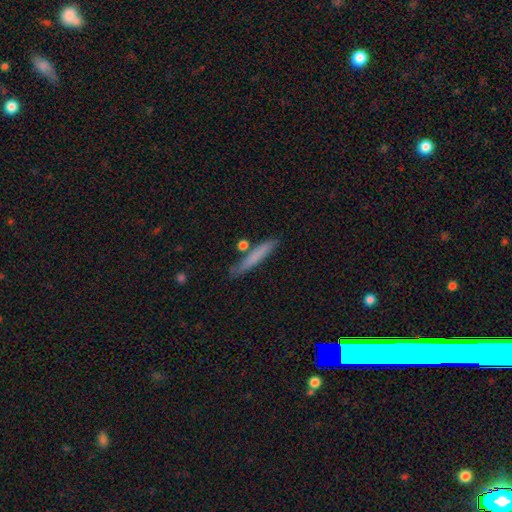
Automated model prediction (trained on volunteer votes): Overall: smooth (72%). How rounded: cigar-shaped (92%). Merging: none (77%).